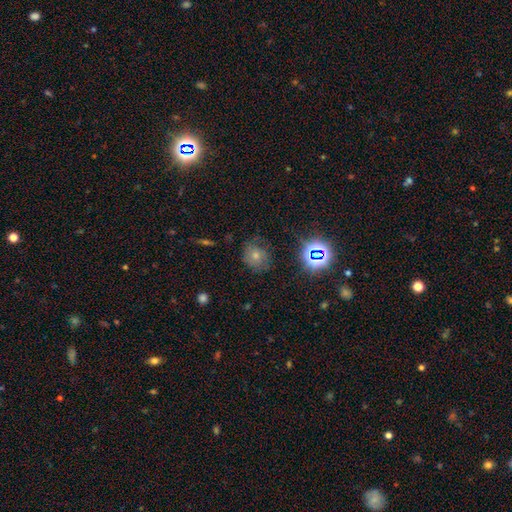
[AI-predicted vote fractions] This is possibly a smooth galaxy (59%). How rounded: likely round (75%). Merging: likely none (67%).